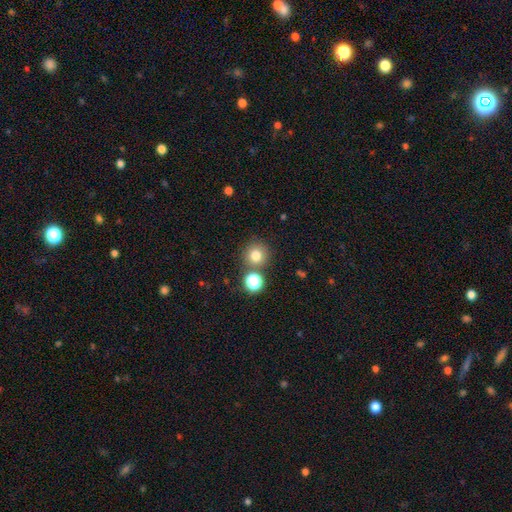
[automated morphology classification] A smooth galaxy with no disk features (77%) that is round (92%). Merging: none (76%).